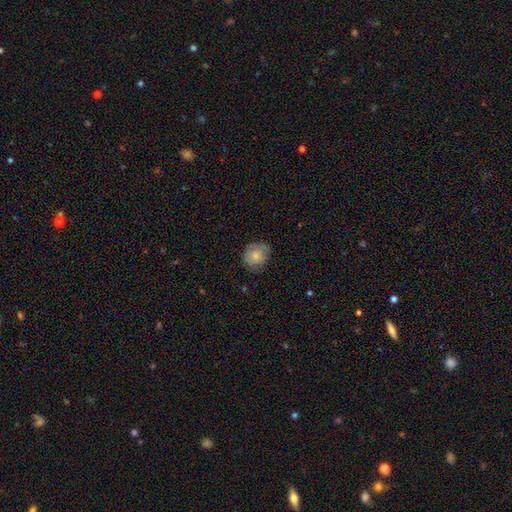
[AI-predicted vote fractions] Q: Smooth or featured?
A: smooth (72%); runner-up: featured or disk (21%)
Q: How rounded?
A: round (76%); runner-up: in between (23%)
Q: Merging?
A: none (67%); runner-up: minor disturbance (26%)